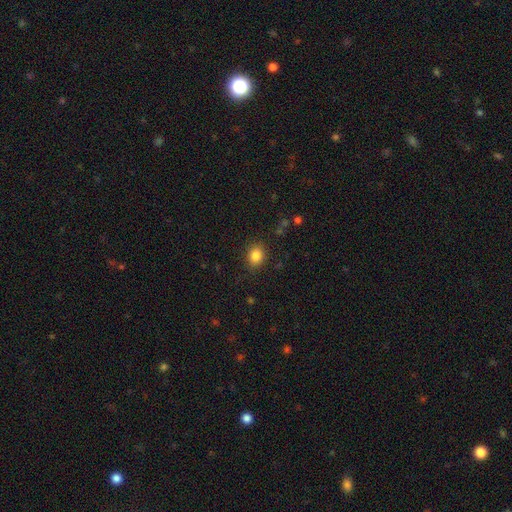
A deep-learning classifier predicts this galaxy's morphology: smooth-or-featured: smooth: 84% | star or artifact: 11% | featured or disk: 5%
  how-rounded: round: 61% | in between: 38% | cigar-shaped: 1%
  merging: none: 87% | minor disturbance: 9% | major disturbance: 3% | merger: 1%